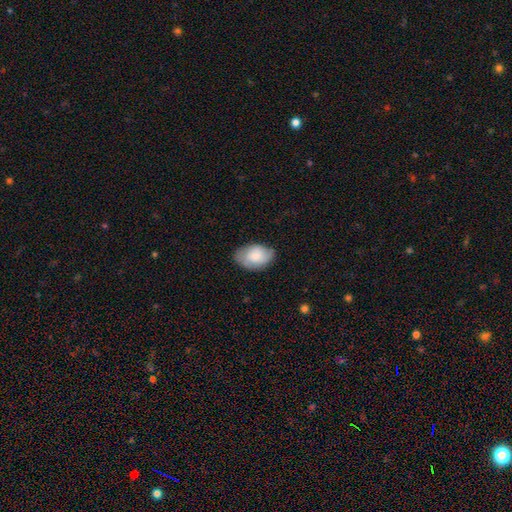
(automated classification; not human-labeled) Overall: smooth (70%). How rounded: in between (88%). Merging: none (73%).